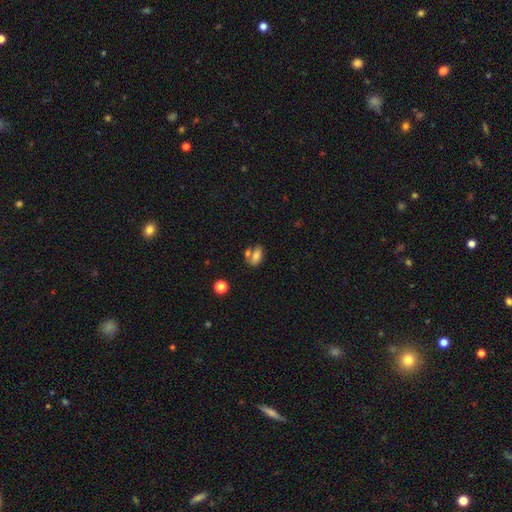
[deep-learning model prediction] Smooth or featured? smooth (75%)
How rounded? in between (84%)
Merging? none (47%)